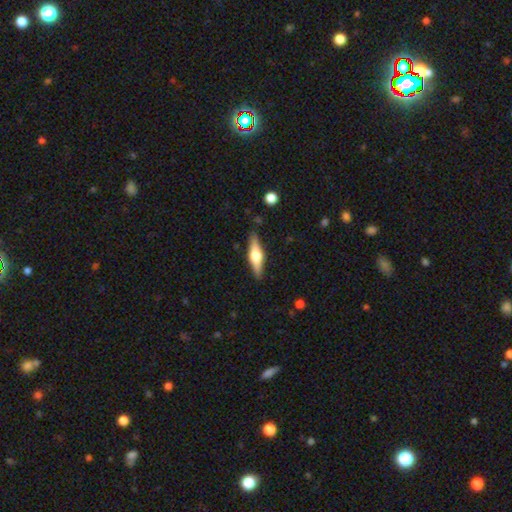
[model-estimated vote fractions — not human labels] The model was most divided on "smooth or featured": featured or disk: 60%, smooth: 34%, star or artifact: 6%. More confident: edge-on disk — yes (95%); edge-on bulge — rounded (94%); merging — none (88%).